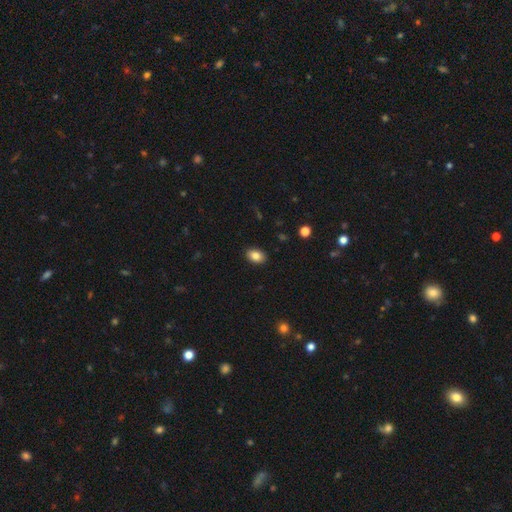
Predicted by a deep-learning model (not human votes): smooth_or_featured: smooth (p=0.84) [alt: star or artifact p=0.08]
how_rounded: in between (p=0.81) [alt: round p=0.18]
merging: none (p=0.89) [alt: minor disturbance p=0.08]